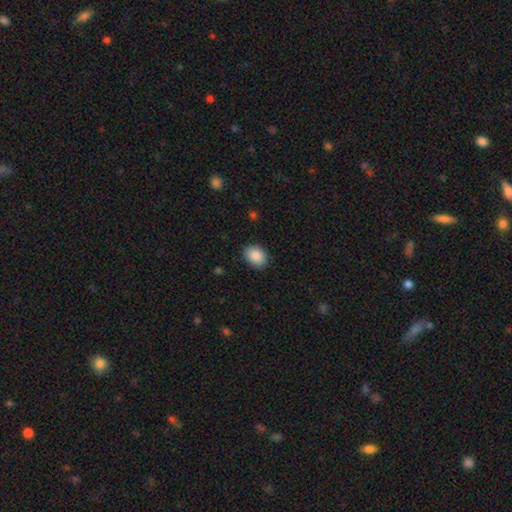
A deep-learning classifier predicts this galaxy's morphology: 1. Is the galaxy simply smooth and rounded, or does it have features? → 89% smooth, 7% star or artifact, 4% featured or disk.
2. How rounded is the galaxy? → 68% in between, 31% round, 1% cigar-shaped.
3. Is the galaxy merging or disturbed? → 87% none, 9% minor disturbance, 2% major disturbance, 1% merger.